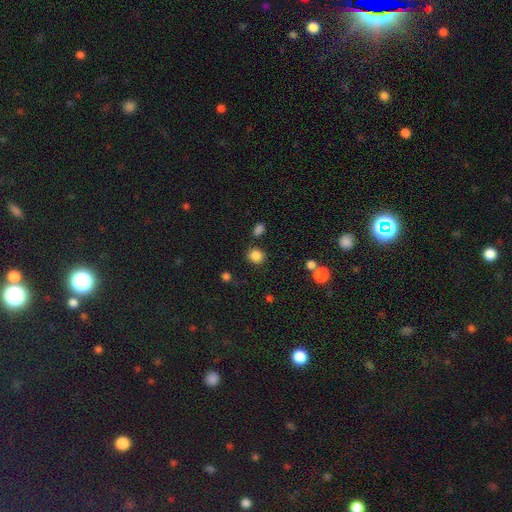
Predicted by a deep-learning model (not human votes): This appears to be a smooth galaxy with no disk features (84%) that is round (82%). Merging: none (81%).